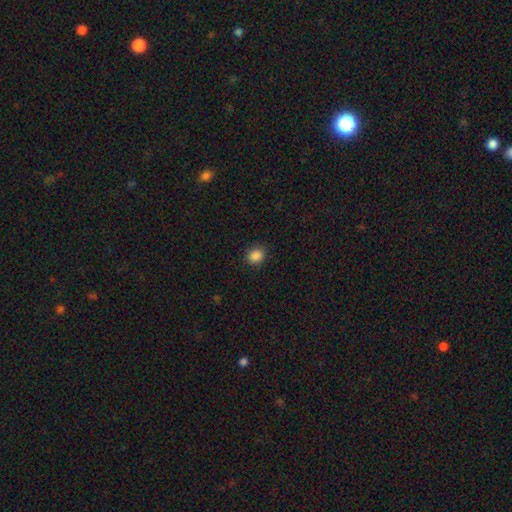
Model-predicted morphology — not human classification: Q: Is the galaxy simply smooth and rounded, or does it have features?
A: smooth — 86%.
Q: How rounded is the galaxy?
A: round — 67%.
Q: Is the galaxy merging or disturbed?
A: none — 89%.